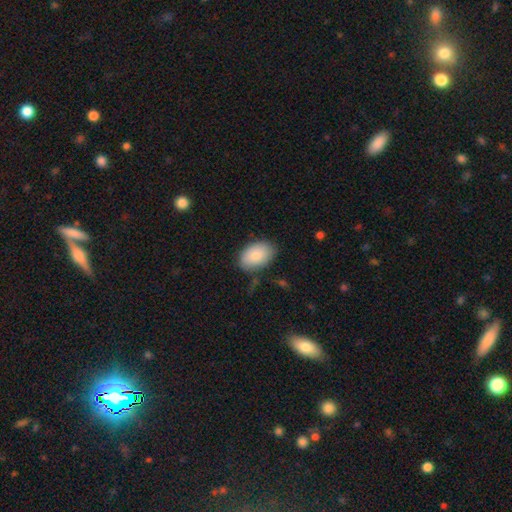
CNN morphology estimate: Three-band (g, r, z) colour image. It shows a smooth galaxy with no disk features (87%) that is in between round and cigar-shaped (91%). Merging: none (77%).